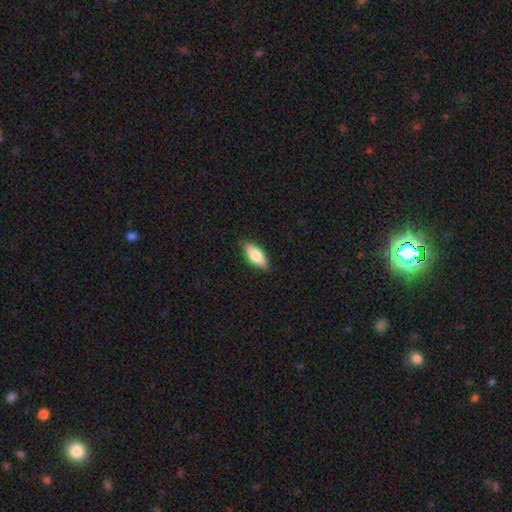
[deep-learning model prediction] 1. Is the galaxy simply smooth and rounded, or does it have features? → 75% smooth, 19% featured or disk, 6% star or artifact.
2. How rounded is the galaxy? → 79% in between, 19% cigar-shaped, 2% round.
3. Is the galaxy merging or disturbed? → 86% none, 11% minor disturbance, 2% major disturbance, 1% merger.